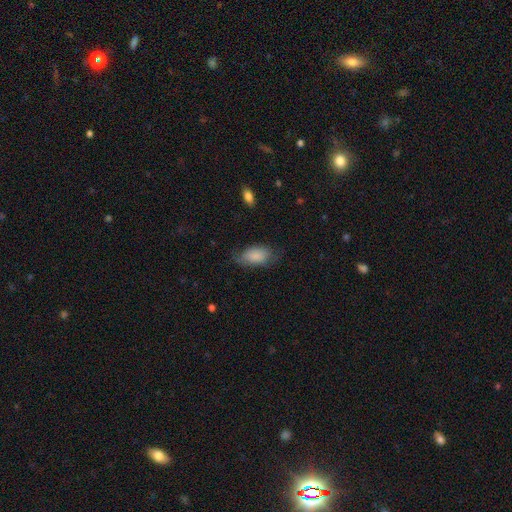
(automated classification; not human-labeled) Q: Smooth or featured?
A: smooth (85%); runner-up: featured or disk (9%)
Q: How rounded?
A: in between (93%); runner-up: round (4%)
Q: Merging?
A: none (61%); runner-up: minor disturbance (28%)